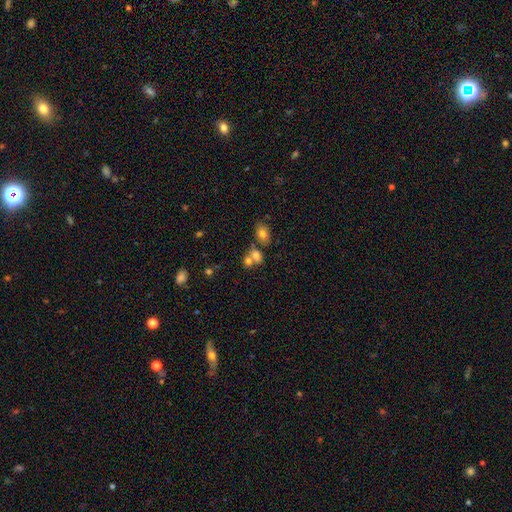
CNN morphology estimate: smooth_or_featured: smooth (p=0.72) [alt: featured or disk p=0.15]
how_rounded: in between (p=0.56) [alt: round p=0.42]
merging: merger (p=0.52) [alt: none p=0.34]